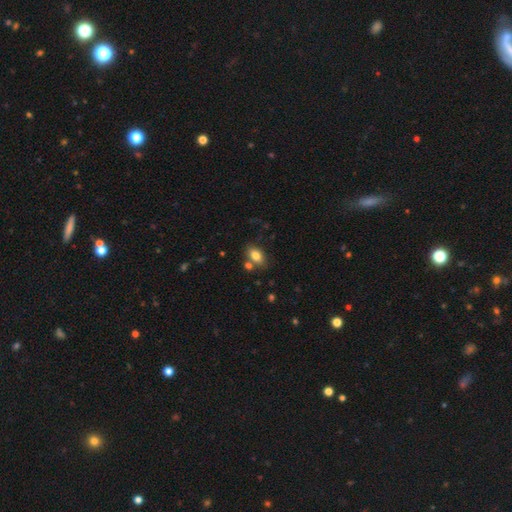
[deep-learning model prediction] The model was most divided on "merging": none: 68%, merger: 15%, minor disturbance: 13%, major disturbance: 4%. More confident: how rounded — in between (87%); smooth or featured — smooth (81%).